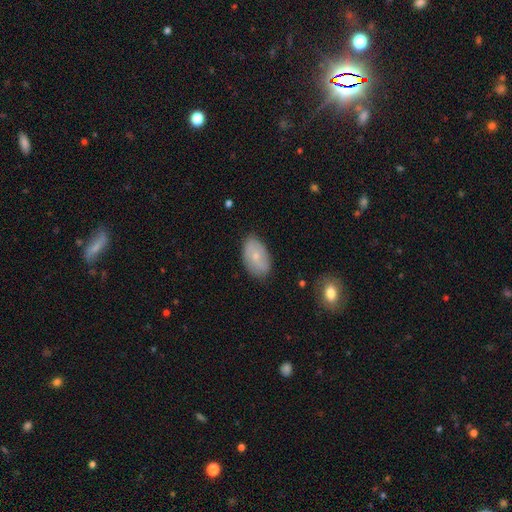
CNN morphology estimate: Smooth or featured? Predicted: smooth (p=0.61). How rounded? Predicted: in between (p=0.91). Merging? Predicted: none (p=0.80).